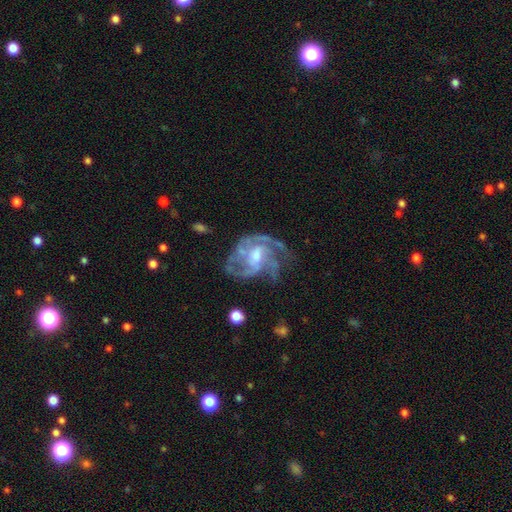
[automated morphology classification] type=featured or disk (86%); edge-on=no (98%); bar=weak (45%); spiral arms=yes (94%); winding=medium (46%); arm count=3 (32%); bulge=moderate (53%); merging=none (52%).